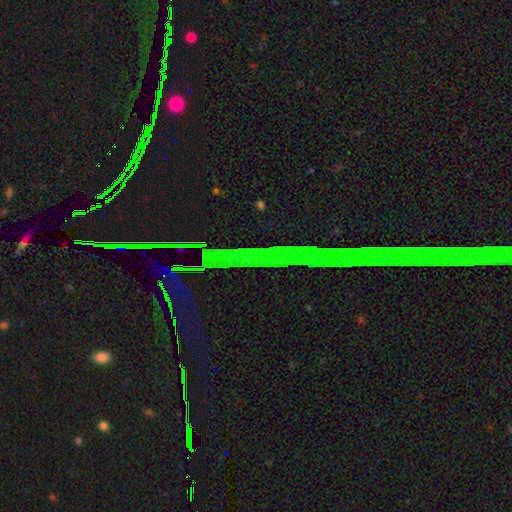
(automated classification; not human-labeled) Q: Smooth or featured?
A: star or artifact (88%); runner-up: featured or disk (7%)